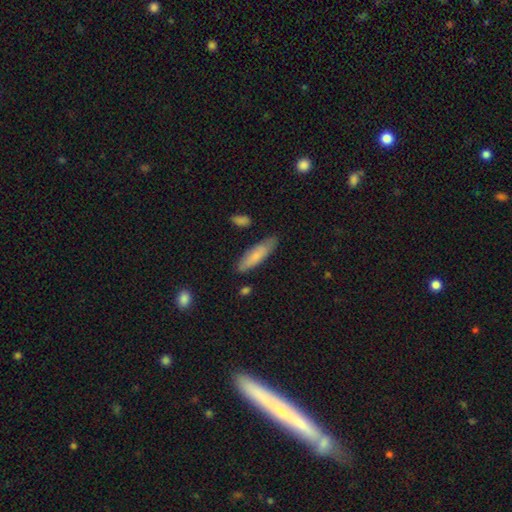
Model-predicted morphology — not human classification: smooth_or_featured: smooth (p=0.75) [alt: featured or disk p=0.19]
how_rounded: cigar-shaped (p=0.62) [alt: in between p=0.37]
merging: none (p=0.78) [alt: minor disturbance p=0.16]